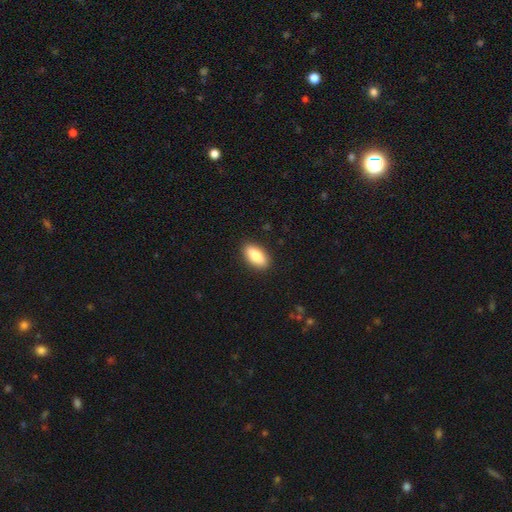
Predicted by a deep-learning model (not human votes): This appears to be a smooth galaxy with no disk features (86%) that is in between round and cigar-shaped (87%). Merging: none (89%).